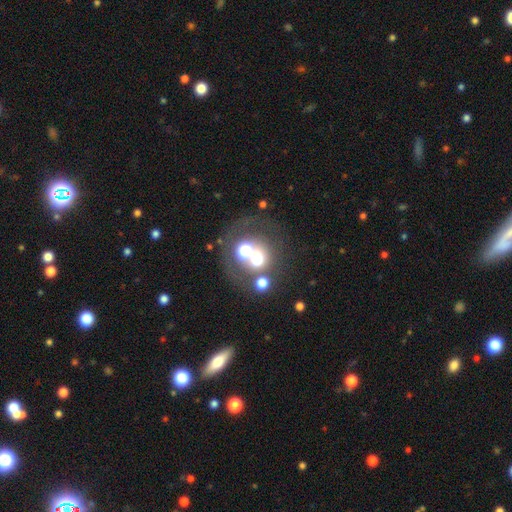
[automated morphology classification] Smooth or featured: smooth — 51% (star or artifact — 27%)
How rounded: round — 80% (in between — 19%)
Merging: none — 48% (merger — 32%)